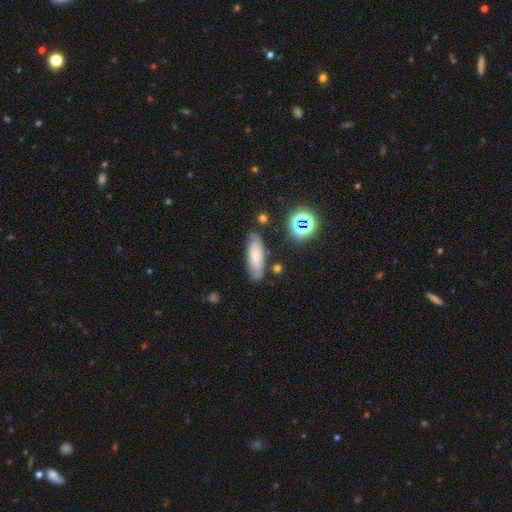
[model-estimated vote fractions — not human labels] Smooth or featured: smooth — 57% (featured or disk — 32%)
How rounded: in between — 57% (cigar-shaped — 41%)
Merging: none — 76% (minor disturbance — 17%)